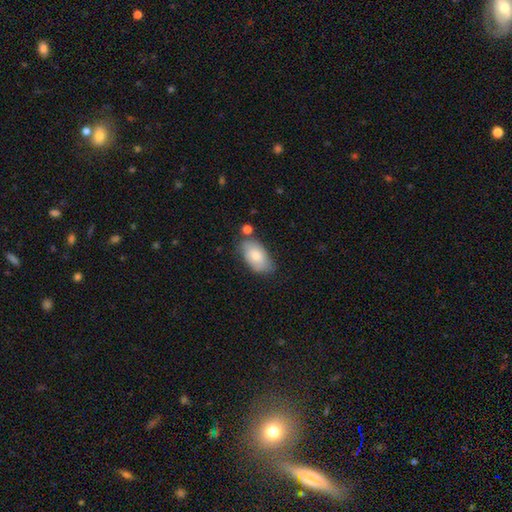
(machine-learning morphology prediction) A smooth galaxy with no disk features (74%) that is in between round and cigar-shaped (94%). Merging: none (63%).